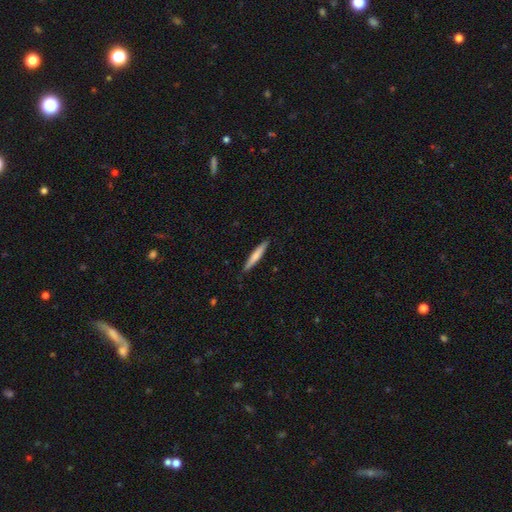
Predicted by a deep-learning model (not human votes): smooth-or-featured: smooth: 65% | featured or disk: 30% | star or artifact: 5%
  how-rounded: cigar-shaped: 94% | in between: 5% | round: 1%
  merging: none: 89% | minor disturbance: 8% | major disturbance: 1% | merger: 1%